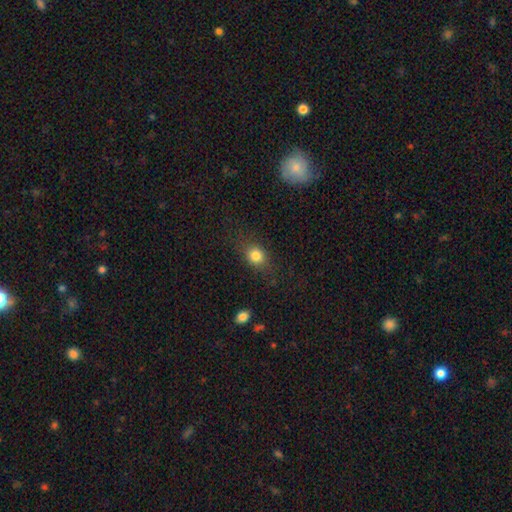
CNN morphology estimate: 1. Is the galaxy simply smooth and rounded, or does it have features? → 80% smooth, 11% star or artifact, 9% featured or disk.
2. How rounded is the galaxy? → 57% round, 41% in between, 2% cigar-shaped.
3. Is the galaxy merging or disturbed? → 76% none, 15% minor disturbance, 7% major disturbance, 2% merger.